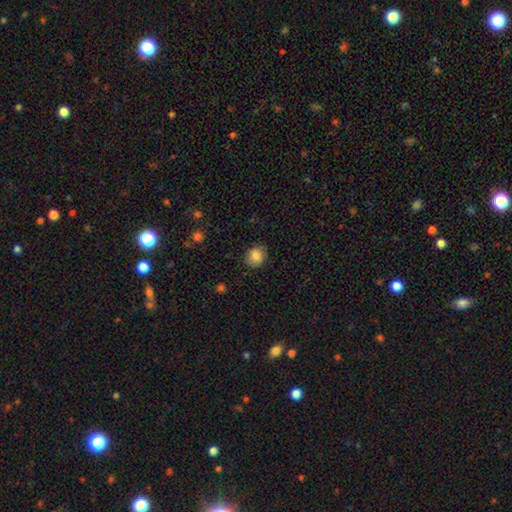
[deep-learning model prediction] This appears to be a smooth galaxy with no disk features (84%) that is round (72%). Merging: none (83%).